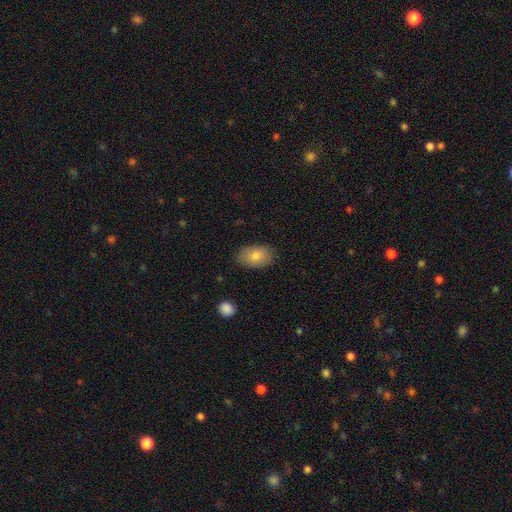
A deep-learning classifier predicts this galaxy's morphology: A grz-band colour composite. It shows a smooth galaxy with no disk features (80%) that is in between round and cigar-shaped (91%). Merging: none (85%).